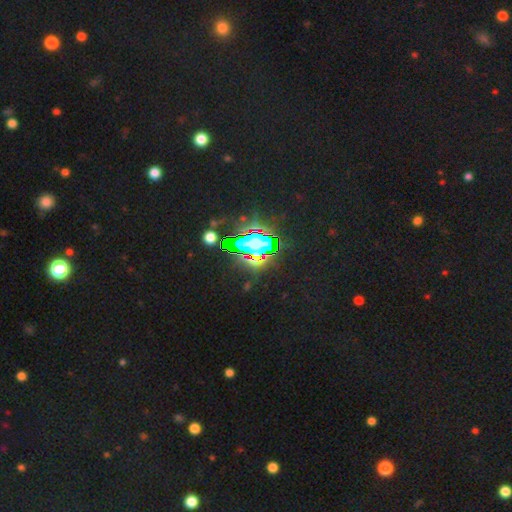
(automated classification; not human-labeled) A star or artifact, not a galaxy (71%).

Vote fractions:
- Smooth or featured? star or artifact: 71% / smooth: 16% / featured or disk: 13%